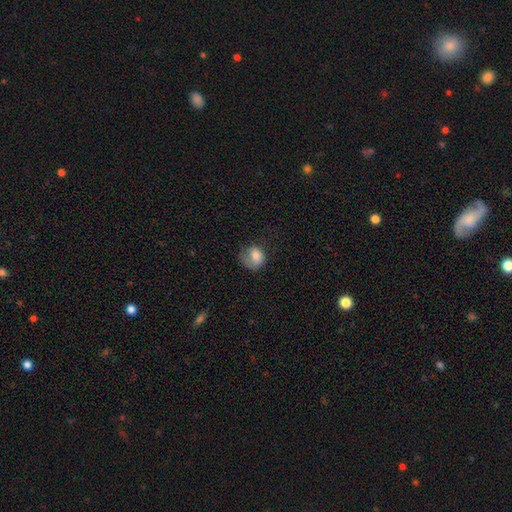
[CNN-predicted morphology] Smooth or featured? smooth (78%)
How rounded? round (61%)
Merging? none (39%)